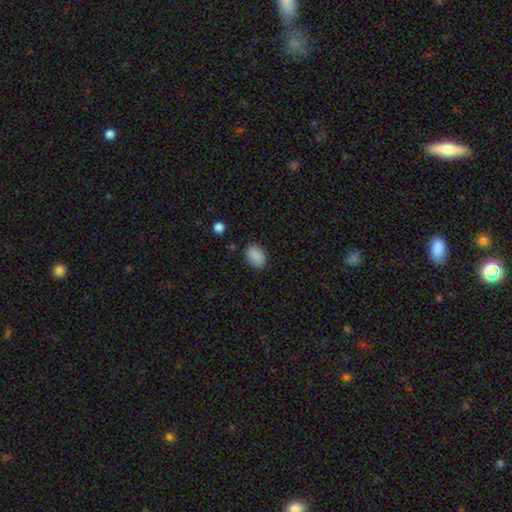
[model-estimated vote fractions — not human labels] Smooth or featured? smooth (88%)
How rounded? in between (81%)
Merging? none (81%)